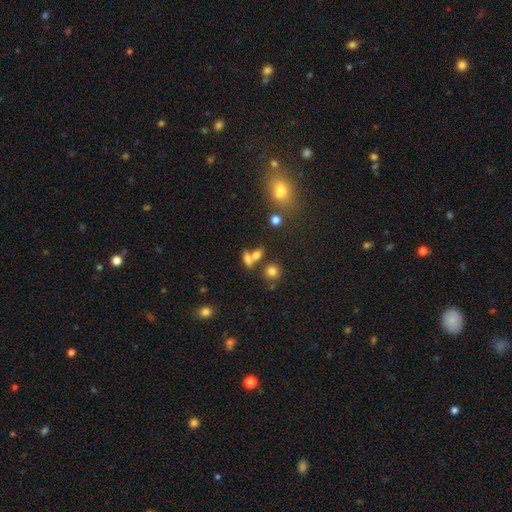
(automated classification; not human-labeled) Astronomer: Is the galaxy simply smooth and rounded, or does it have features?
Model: smooth — 71%.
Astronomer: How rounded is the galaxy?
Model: in between — 54% (runner-up: round, 38%).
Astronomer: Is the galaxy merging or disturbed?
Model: none — 45% (runner-up: merger, 39%).